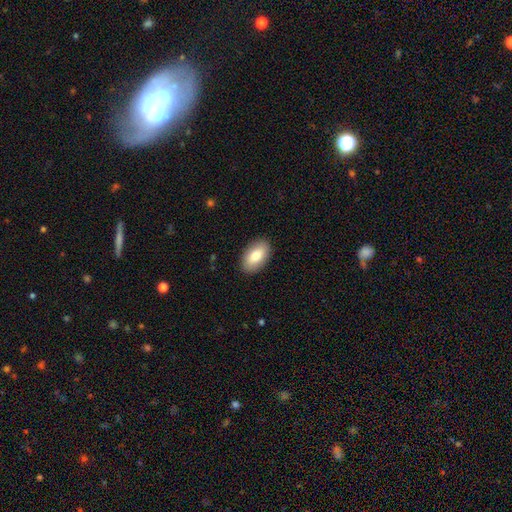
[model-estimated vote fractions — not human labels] A smooth galaxy with no disk features (81%) that is in between round and cigar-shaped (93%).

Vote fractions:
- Smooth or featured? smooth: 81% / featured or disk: 13% / star or artifact: 6%
- How rounded? in between: 93% / round: 5% / cigar-shaped: 2%
- Merging? none: 89% / minor disturbance: 8% / major disturbance: 2% / merger: 1%